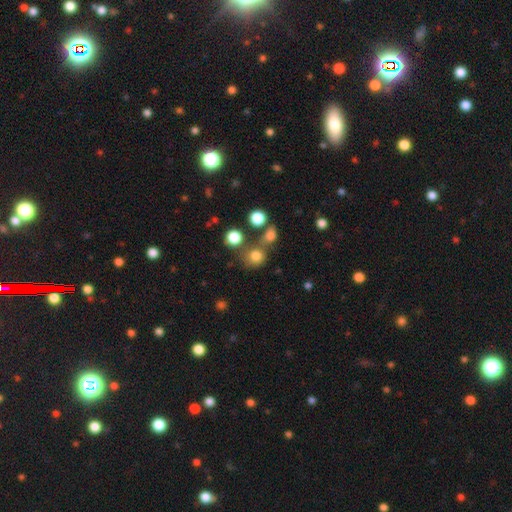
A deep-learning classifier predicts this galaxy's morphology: Smooth or featured? smooth (77%)
How rounded? round (83%)
Merging? none (60%)